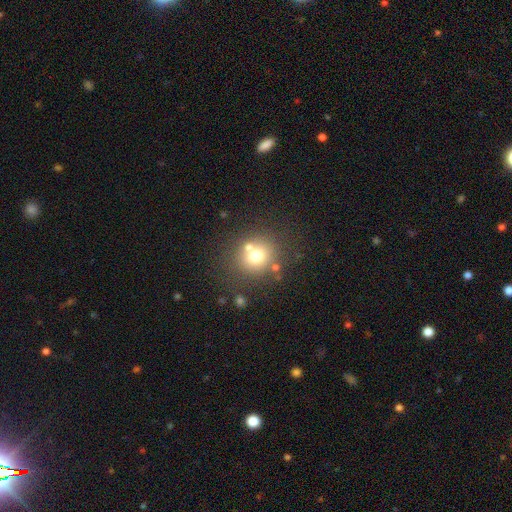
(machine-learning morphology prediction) smooth-or-featured: smooth: 69% | featured or disk: 16% | star or artifact: 15%
  how-rounded: round: 85% | in between: 14% | cigar-shaped: 1%
  merging: none: 67% | merger: 18% | minor disturbance: 10% | major disturbance: 5%